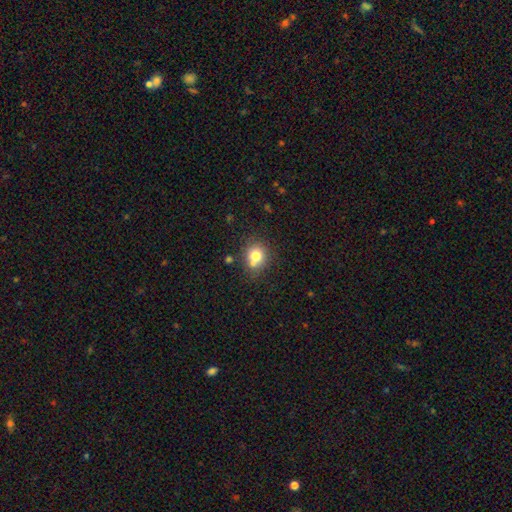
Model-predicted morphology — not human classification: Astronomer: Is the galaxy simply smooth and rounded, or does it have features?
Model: smooth — 75%.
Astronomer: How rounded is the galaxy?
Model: round — 77%.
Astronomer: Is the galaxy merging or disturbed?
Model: none — 58%.